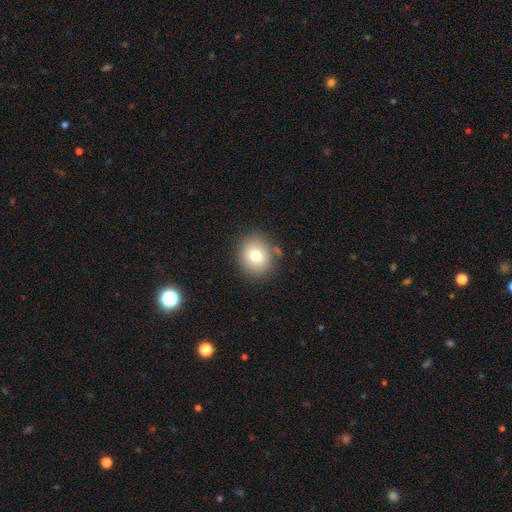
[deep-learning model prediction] Overall: smooth (77%). How rounded: round (70%). Merging: none (83%).